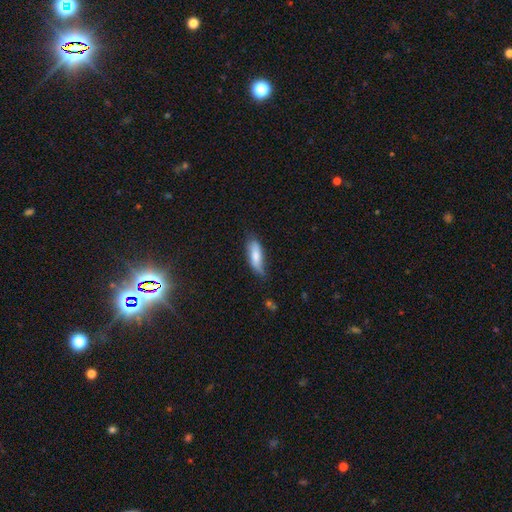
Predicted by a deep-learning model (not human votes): Q: Smooth or featured?
A: smooth (73%); runner-up: featured or disk (21%)
Q: How rounded?
A: in between (58%); runner-up: cigar-shaped (40%)
Q: Merging?
A: none (58%); runner-up: minor disturbance (33%)